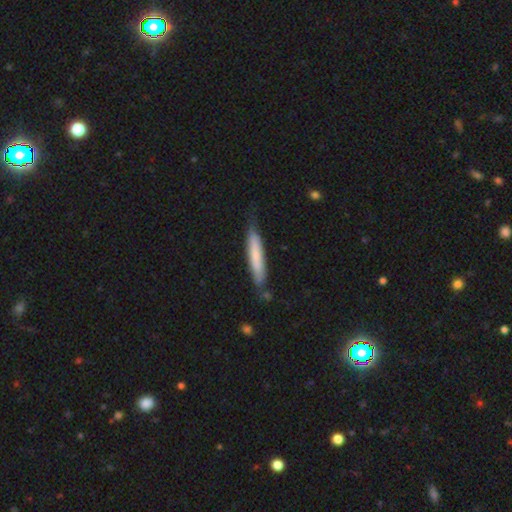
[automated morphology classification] Overall: smooth (70%). How rounded: cigar-shaped (91%). Merging: none (72%).